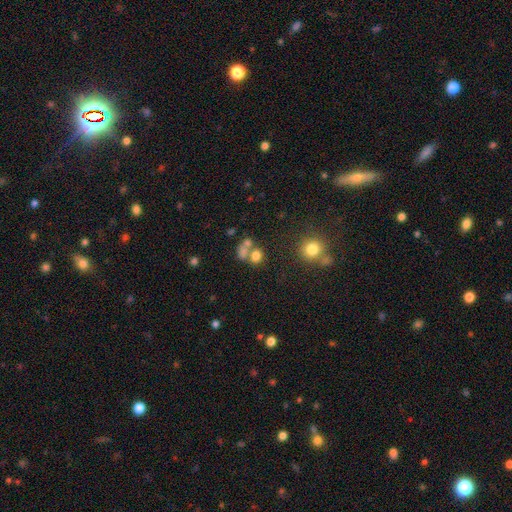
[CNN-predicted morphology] The model was most divided on "merging": merger: 44%, none: 39%, minor disturbance: 9%, major disturbance: 8%. More confident: smooth or featured — smooth (71%); how rounded — round (56%).